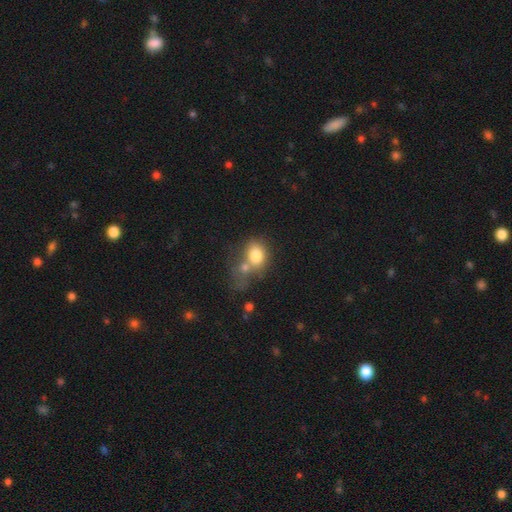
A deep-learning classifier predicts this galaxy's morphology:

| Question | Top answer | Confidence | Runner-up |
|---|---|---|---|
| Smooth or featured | smooth | 78% | featured or disk (13%) |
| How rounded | in between | 55% | round (43%) |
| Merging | merger | 52% | none (27%) |